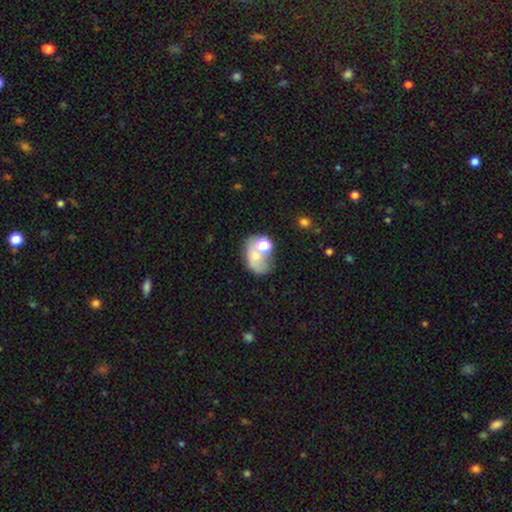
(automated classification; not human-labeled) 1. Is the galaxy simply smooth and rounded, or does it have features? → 57% smooth, 29% featured or disk, 14% star or artifact.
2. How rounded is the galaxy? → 68% in between, 30% round, 1% cigar-shaped.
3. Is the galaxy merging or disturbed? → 38% merger, 28% none, 17% major disturbance, 16% minor disturbance.